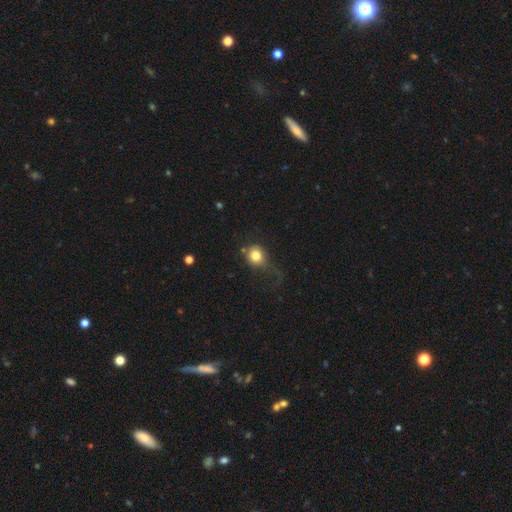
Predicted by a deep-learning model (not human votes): This is likely a smooth galaxy (78%). How rounded: likely round (77%). Merging: marginally none (41%).